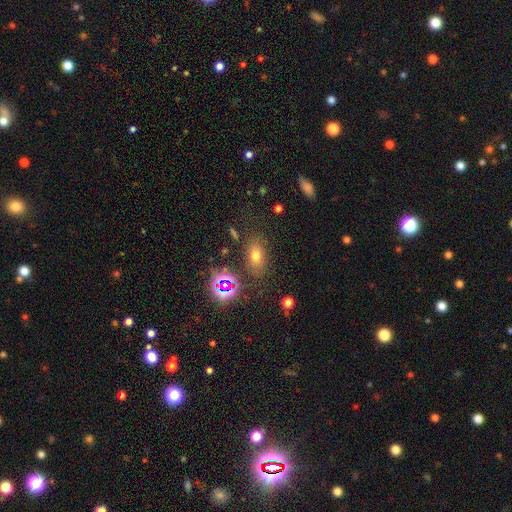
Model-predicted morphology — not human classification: A smooth galaxy with no disk features (63%) that is in between round and cigar-shaped (81%). Merging: none (78%).